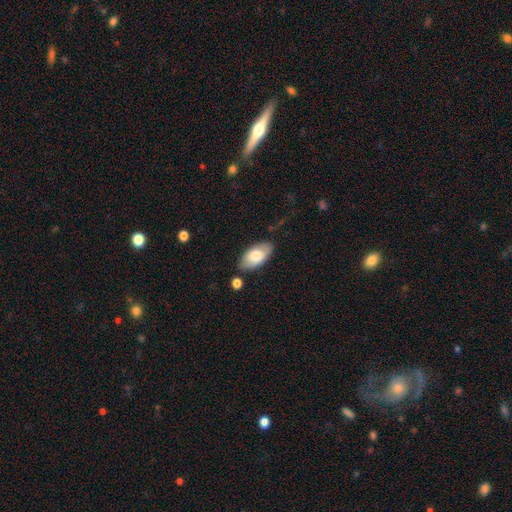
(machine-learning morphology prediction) Smooth or featured? Predicted: smooth (p=0.72). How rounded? Predicted: in between (p=0.94). Merging? Predicted: none (p=0.79).